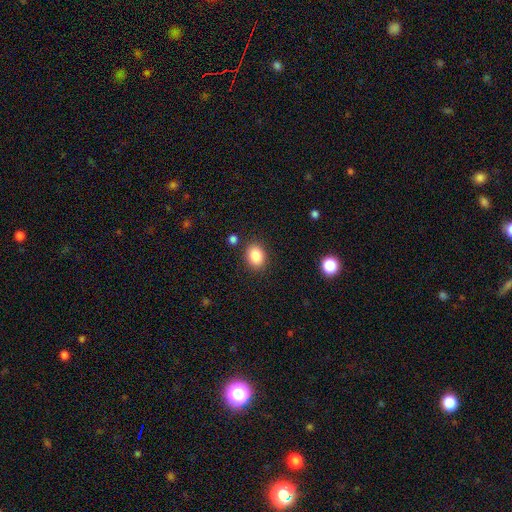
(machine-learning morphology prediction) smooth_or_featured: smooth (p=0.87) [alt: star or artifact p=0.09]
how_rounded: in between (p=0.61) [alt: round p=0.38]
merging: none (p=0.85) [alt: minor disturbance p=0.09]